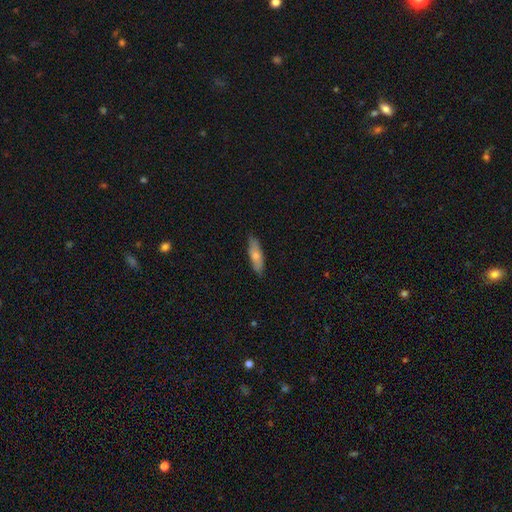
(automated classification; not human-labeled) smooth 70%, featured or disk 24%, star or artifact 6%. Down the decision tree: how rounded — in between (50%); merging — none (85%).